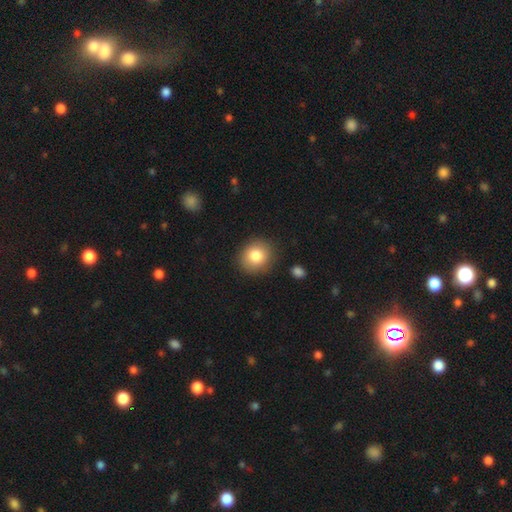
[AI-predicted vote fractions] A smooth galaxy with no disk features (83%) that is round (81%). Merging: none (88%).